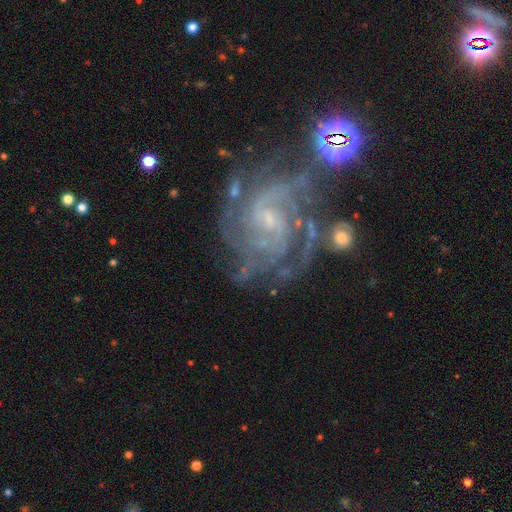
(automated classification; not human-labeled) A featured or disk galaxy (87%) with no bar (46%), tight (54%) spiral arms (97%) and a small central bulge (76%). Merging: none (59%).